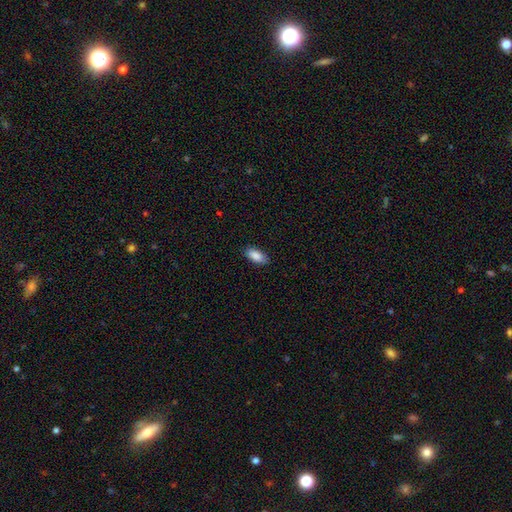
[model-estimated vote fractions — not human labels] Smooth or featured?
  - smooth: 89% *
  - star or artifact: 6%
  - featured or disk: 5%
How rounded?
  - in between: 90% *
  - cigar-shaped: 8%
  - round: 2%
Merging?
  - none: 87% *
  - minor disturbance: 10%
  - major disturbance: 2%
  - merger: 1%